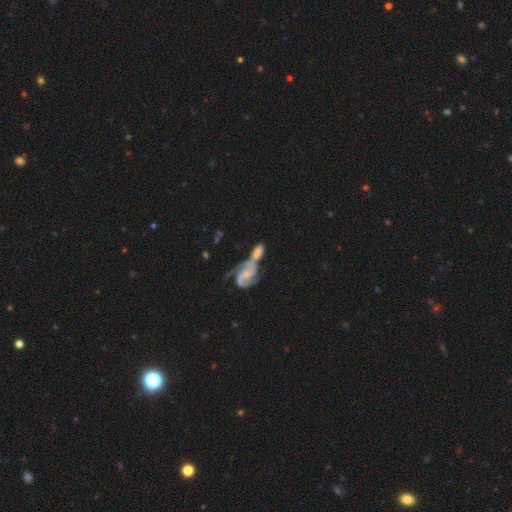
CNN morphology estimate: Smooth or featured: featured or disk — 72% (smooth — 21%)
Edge-on disk: no — 94% (yes — 6%)
Bar: no — 52% (weak — 36%)
Spiral arms: yes — 93% (no — 7%)
Spiral winding: medium — 45% (tight — 36%)
Spiral arm count: 2 — 77% (can't tell — 9%)
Bulge size: small — 51% (none — 22%)
Merging: merger — 60% (none — 23%)